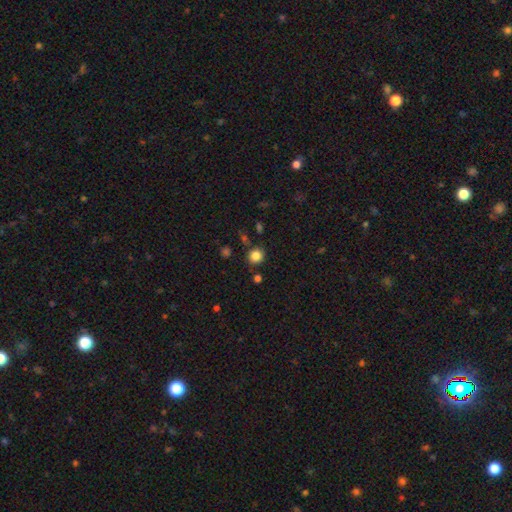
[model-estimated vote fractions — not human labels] A smooth galaxy with no disk features (84%) that is round (89%).

Vote fractions:
- Smooth or featured? smooth: 84% / star or artifact: 12% / featured or disk: 4%
- How rounded? round: 89% / in between: 10% / cigar-shaped: 1%
- Merging? none: 85% / minor disturbance: 8% / merger: 5% / major disturbance: 3%